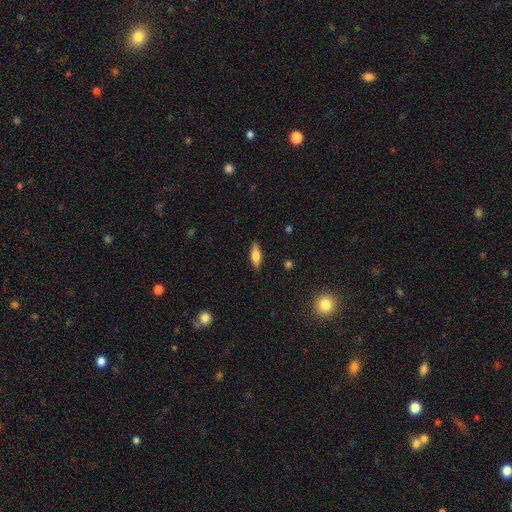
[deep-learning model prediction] Smooth or featured?
  - smooth: 61% *
  - featured or disk: 32%
  - star or artifact: 7%
How rounded?
  - in between: 59% *
  - cigar-shaped: 38%
  - round: 3%
Merging?
  - none: 87% *
  - minor disturbance: 9%
  - major disturbance: 2%
  - merger: 1%